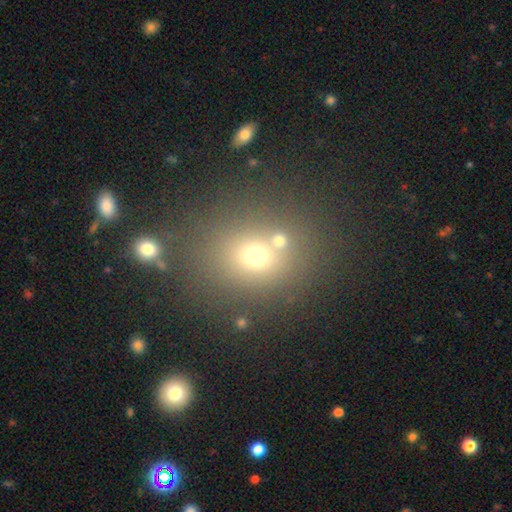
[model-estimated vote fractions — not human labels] Morphology: type=smooth (63%); roundness=round (70%); merging=none (66%).